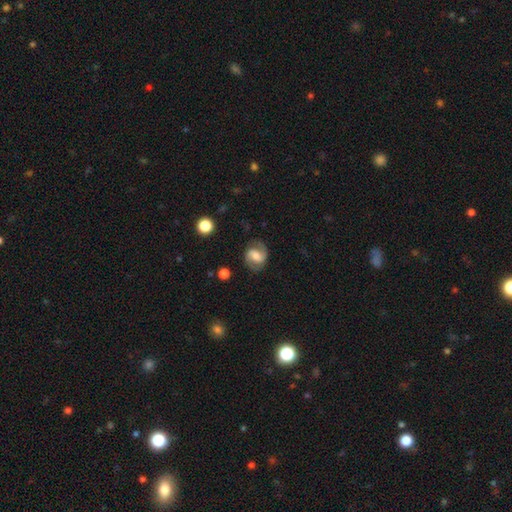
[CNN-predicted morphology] Smooth or featured? Predicted: featured or disk (p=0.69). Edge-on disk? Predicted: no (p=0.97). Bar? Predicted: weak (p=0.46). Spiral arms? Predicted: yes (p=0.91). Spiral winding? Predicted: medium (p=0.50). Spiral arm count? Predicted: 2 (p=0.88). Bulge size? Predicted: moderate (p=0.51). Merging? Predicted: none (p=0.78).